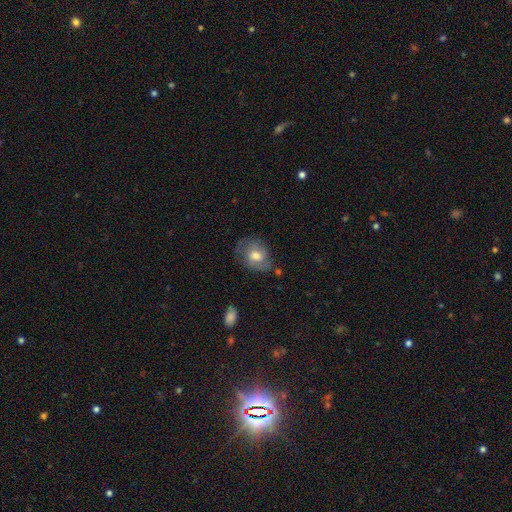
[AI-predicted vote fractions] Smooth or featured? Predicted: smooth (p=0.58). How rounded? Predicted: in between (p=0.53). Merging? Predicted: none (p=0.58).